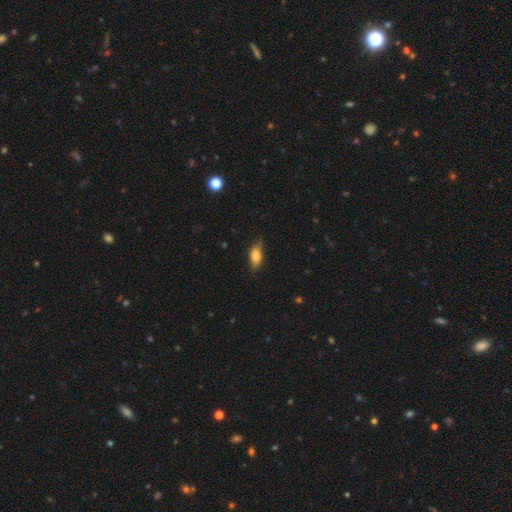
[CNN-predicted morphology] The model was most divided on "merging": none: 79%, minor disturbance: 17%, major disturbance: 3%, merger: 1%. More confident: how rounded — in between (79%); smooth or featured — smooth (79%).